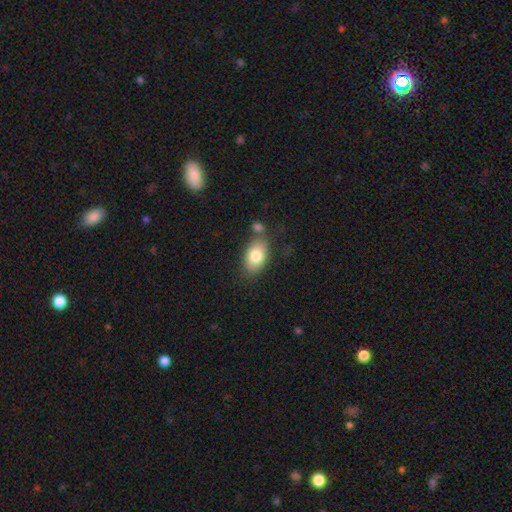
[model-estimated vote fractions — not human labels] A smooth galaxy with no disk features (80%) that is in between round and cigar-shaped (88%). Merging: none (68%).